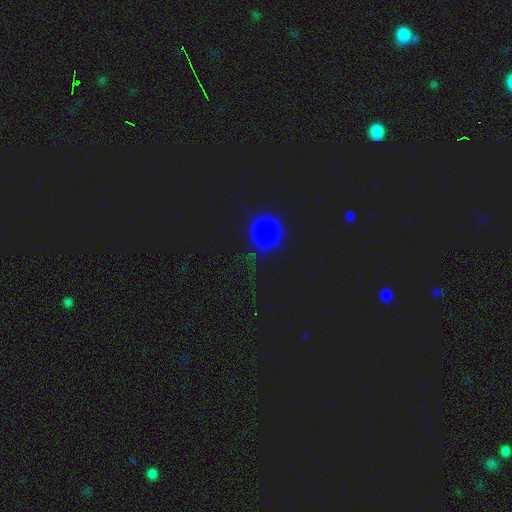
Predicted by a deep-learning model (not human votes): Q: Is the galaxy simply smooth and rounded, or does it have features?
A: star or artifact — 49%.